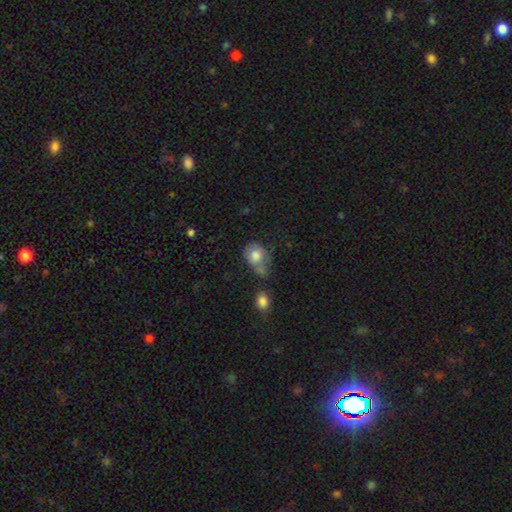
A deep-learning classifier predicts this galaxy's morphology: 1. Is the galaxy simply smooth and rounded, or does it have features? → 79% smooth, 13% featured or disk, 8% star or artifact.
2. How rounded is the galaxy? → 52% round, 47% in between, 1% cigar-shaped.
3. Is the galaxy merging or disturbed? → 32% none, 31% merger, 23% minor disturbance, 14% major disturbance.